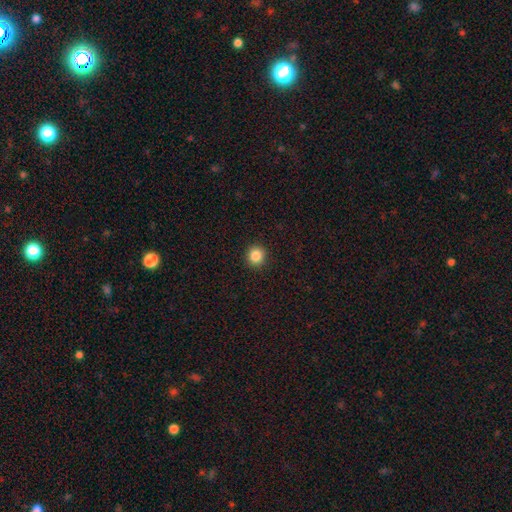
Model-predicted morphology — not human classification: smooth 85%, star or artifact 11%, featured or disk 4%. Down the decision tree: how rounded — round (93%); merging — none (92%).